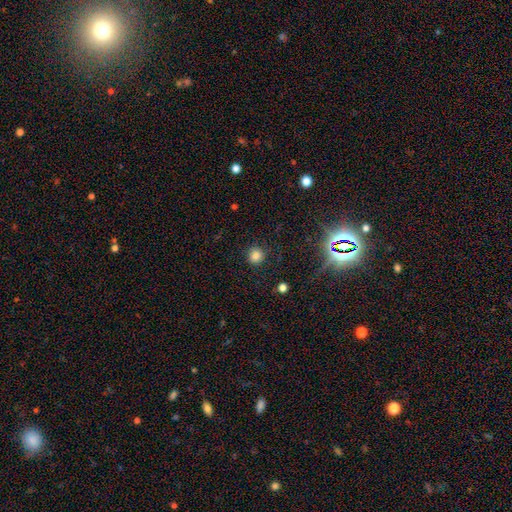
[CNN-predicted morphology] A smooth galaxy with no disk features (81%) that is round (91%).

Vote fractions:
- Smooth or featured? smooth: 81% / star or artifact: 14% / featured or disk: 5%
- How rounded? round: 91% / in between: 8% / cigar-shaped: 1%
- Merging? none: 87% / minor disturbance: 9% / major disturbance: 3% / merger: 1%